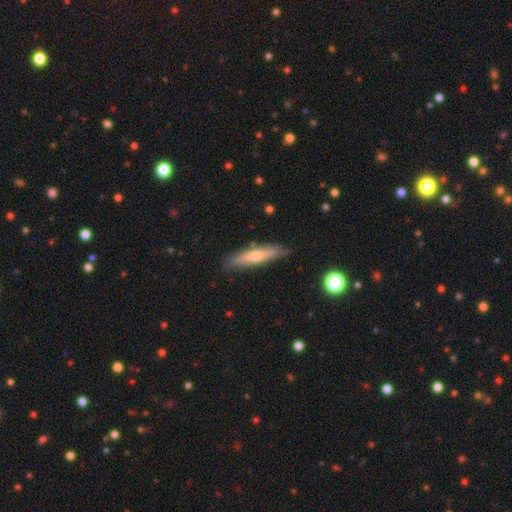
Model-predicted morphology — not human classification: smooth_or_featured: smooth (p=0.49) [alt: featured or disk p=0.45]
merging: none (p=0.83) [alt: minor disturbance p=0.13]